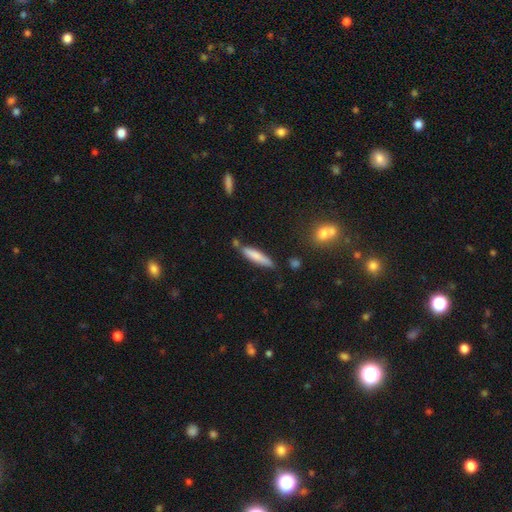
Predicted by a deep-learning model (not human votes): smooth_or_featured: smooth (p=0.76) [alt: featured or disk p=0.18]
how_rounded: cigar-shaped (p=0.83) [alt: in between p=0.15]
merging: none (p=0.71) [alt: minor disturbance p=0.17]